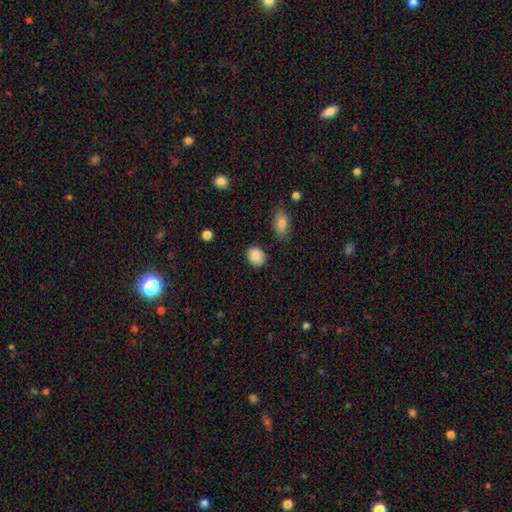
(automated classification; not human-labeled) Smooth or featured? Predicted: smooth (p=0.88). How rounded? Predicted: round (p=0.66). Merging? Predicted: none (p=0.86).